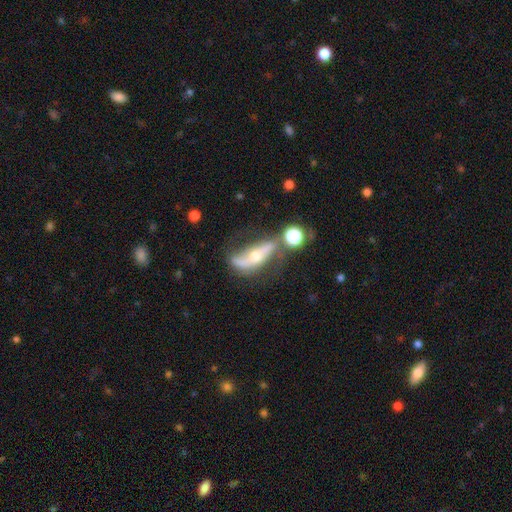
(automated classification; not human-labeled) smooth_or_featured: featured or disk (p=0.74) [alt: smooth p=0.18]
disk_edge_on: no (p=0.72) [alt: yes p=0.28]
bar: no (p=0.43) [alt: strong p=0.37]
has_spiral_arms: yes (p=0.80) [alt: no p=0.20]
bulge_size: moderate (p=0.51) [alt: small p=0.42]
merging: none (p=0.44) [alt: minor disturbance p=0.23]